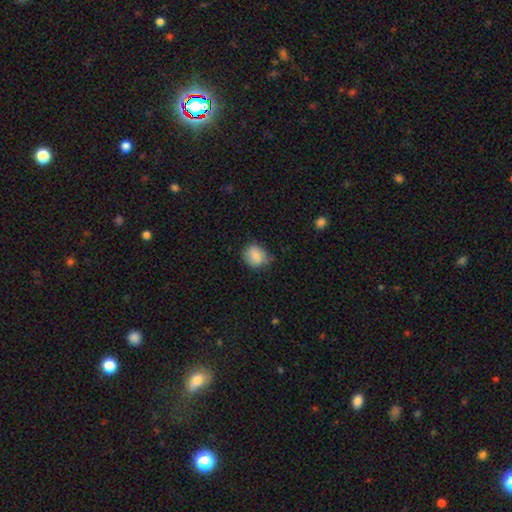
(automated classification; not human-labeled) Morphology: type=smooth (81%); roundness=round (57%); merging=none (63%).